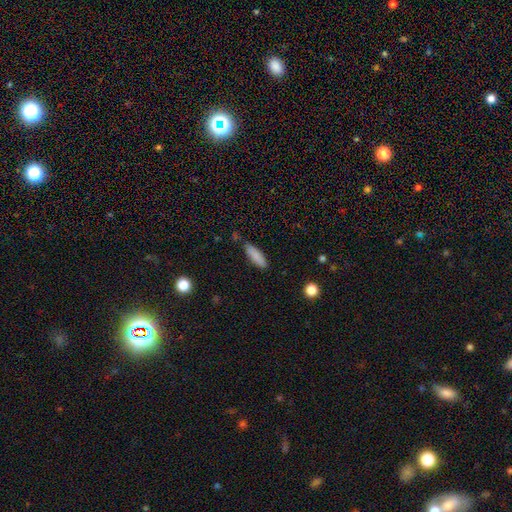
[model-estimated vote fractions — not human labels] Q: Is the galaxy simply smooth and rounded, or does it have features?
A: smooth — 85%.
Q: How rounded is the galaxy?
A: cigar-shaped — 57%.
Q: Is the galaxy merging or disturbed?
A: none — 77%.